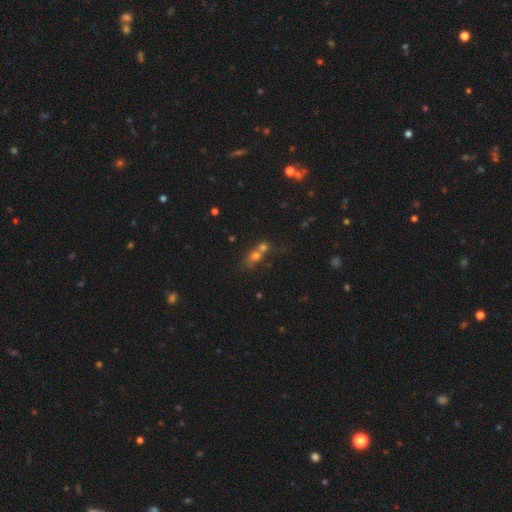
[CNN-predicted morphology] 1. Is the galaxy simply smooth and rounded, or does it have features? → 61% smooth, 20% star or artifact, 19% featured or disk.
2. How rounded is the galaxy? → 49% in between, 43% round, 9% cigar-shaped.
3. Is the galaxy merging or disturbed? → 57% merger, 28% none, 9% minor disturbance, 6% major disturbance.